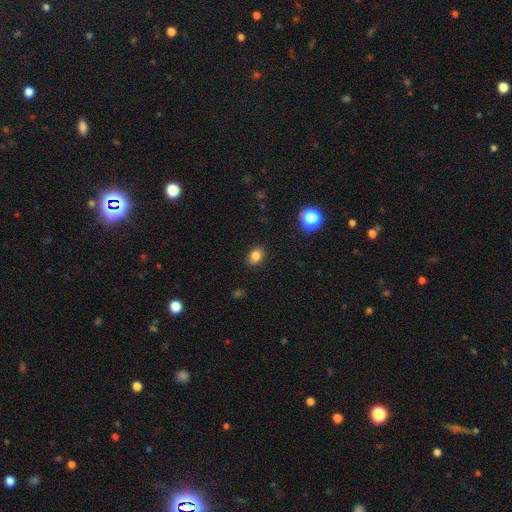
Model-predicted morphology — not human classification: smooth-or-featured: smooth: 83% | star or artifact: 12% | featured or disk: 5%
  how-rounded: in between: 57% | round: 42% | cigar-shaped: 1%
  merging: none: 89% | minor disturbance: 8% | major disturbance: 2% | merger: 1%